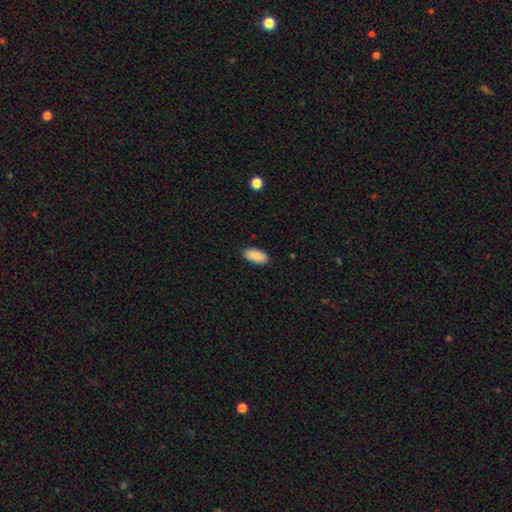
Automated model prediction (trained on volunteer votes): Q: Smooth or featured?
A: smooth (90%); runner-up: star or artifact (6%)
Q: How rounded?
A: in between (93%); runner-up: cigar-shaped (5%)
Q: Merging?
A: none (90%); runner-up: minor disturbance (8%)